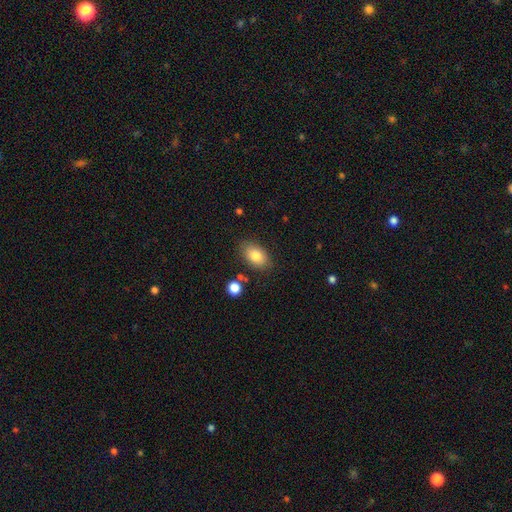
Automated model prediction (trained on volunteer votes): Smooth or featured? Predicted: smooth (p=0.83). How rounded? Predicted: in between (p=0.89). Merging? Predicted: none (p=0.82).